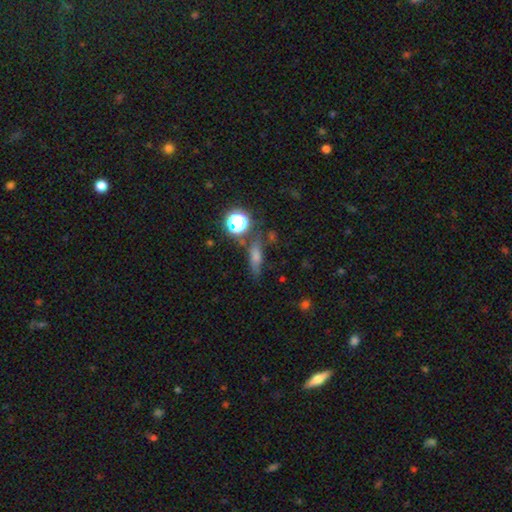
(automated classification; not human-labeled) Smooth or featured: smooth — 43% (featured or disk — 29%)
Merging: none — 74% (minor disturbance — 14%)